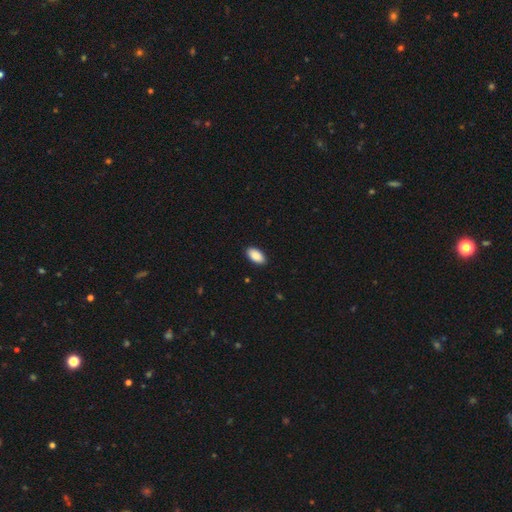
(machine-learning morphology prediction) This appears to be a smooth galaxy with no disk features (90%) that is in between round and cigar-shaped (95%). Merging: none (90%).